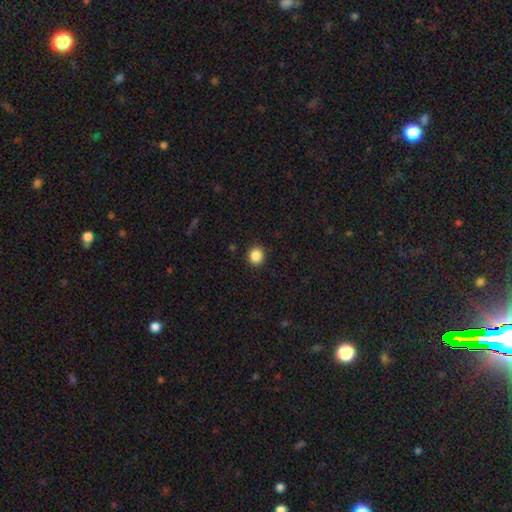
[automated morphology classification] Smooth or featured? Predicted: smooth (p=0.87). How rounded? Predicted: round (p=0.90). Merging? Predicted: none (p=0.91).